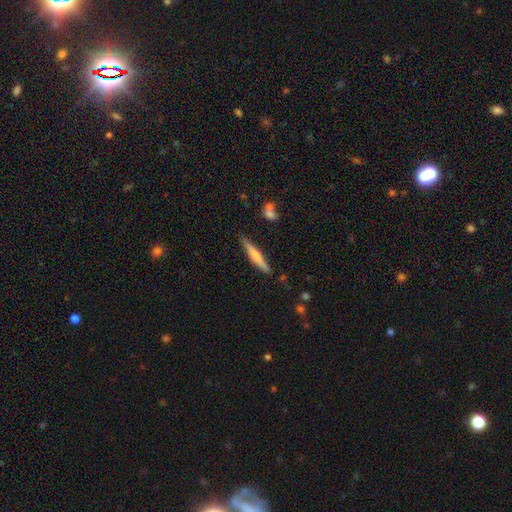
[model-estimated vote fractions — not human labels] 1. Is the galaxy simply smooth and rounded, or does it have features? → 51% smooth, 43% featured or disk, 6% star or artifact.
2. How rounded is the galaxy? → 92% cigar-shaped, 6% in between, 2% round.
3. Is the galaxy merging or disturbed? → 83% none, 12% minor disturbance, 3% merger, 2% major disturbance.